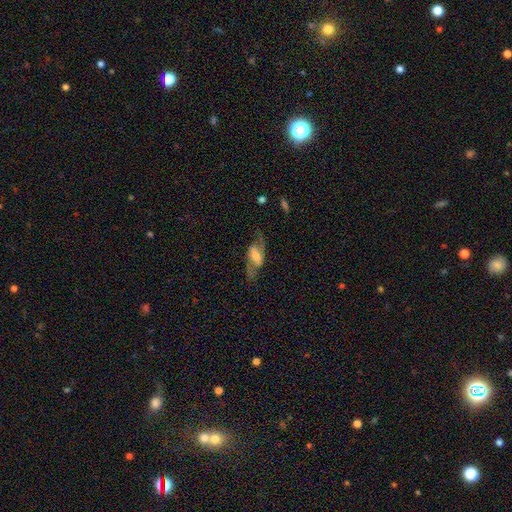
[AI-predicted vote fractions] This appears to be a featured or disk galaxy (68%) with a weak bar (40%), 2 (88%) loose (49%) spiral arms (84%) and a moderate central bulge (36%). Merging: none (67%).